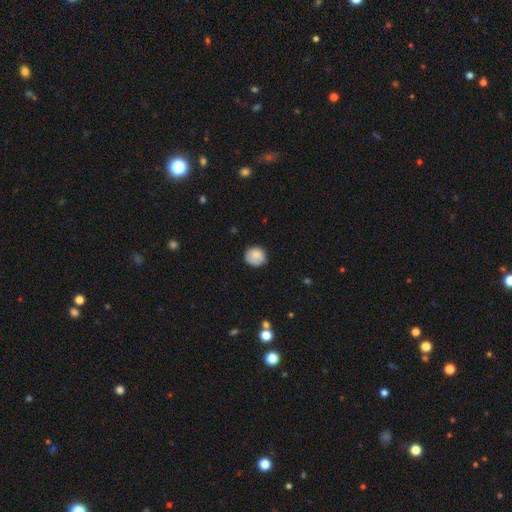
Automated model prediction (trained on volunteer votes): smooth 79%, featured or disk 13%, star or artifact 8%. Down the decision tree: how rounded — round (84%); merging — none (71%).